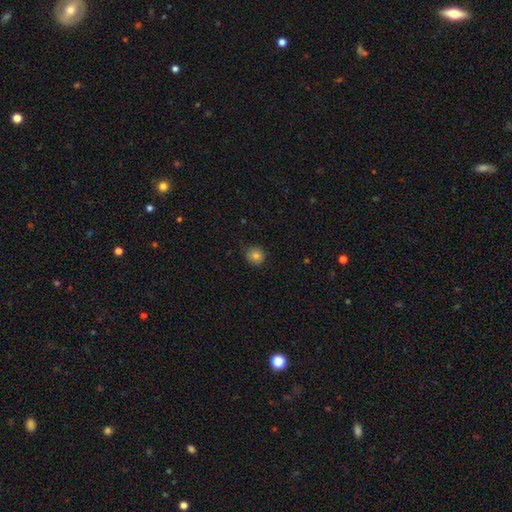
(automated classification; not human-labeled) This is clearly a smooth galaxy (82%). How rounded: clearly round (86%). Merging: likely none (79%).